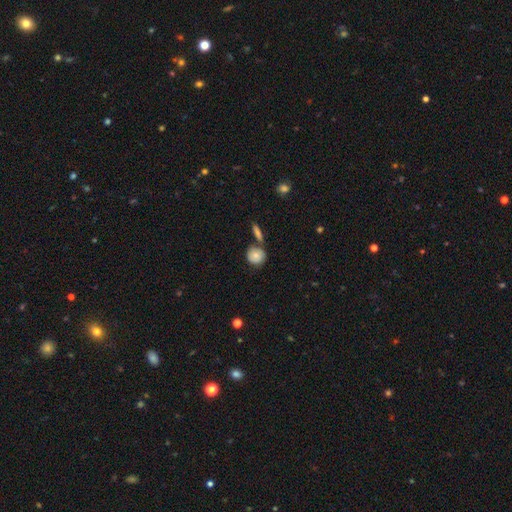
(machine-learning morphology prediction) Smooth or featured? Predicted: smooth (p=0.76). How rounded? Predicted: round (p=0.86). Merging? Predicted: none (p=0.68).